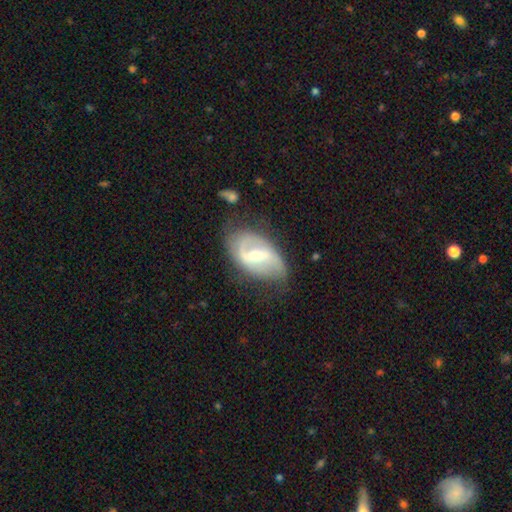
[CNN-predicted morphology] This is likely a featured or disk galaxy (78%). It is clearly not viewed edge-on (95%). Bar: possibly strong (46%). Spiral arm pattern: clearly yes (82%). Spiral arm count: likely 2 (78%). Spiral winding: marginally loose (45%). Central bulge: possibly moderate (53%). Merging: possibly none (60%).